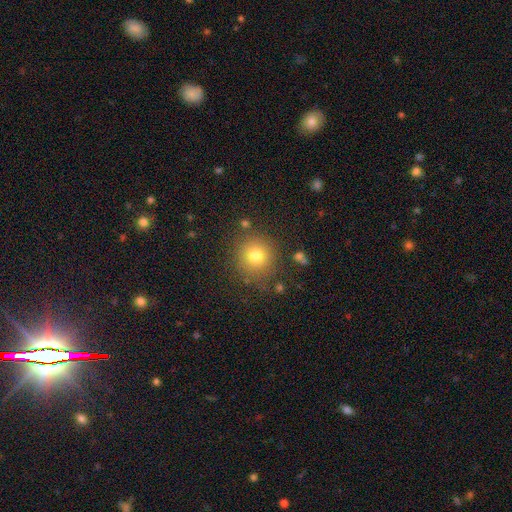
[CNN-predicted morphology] Smooth or featured? Predicted: smooth (p=0.76). How rounded? Predicted: round (p=0.93). Merging? Predicted: none (p=0.84).